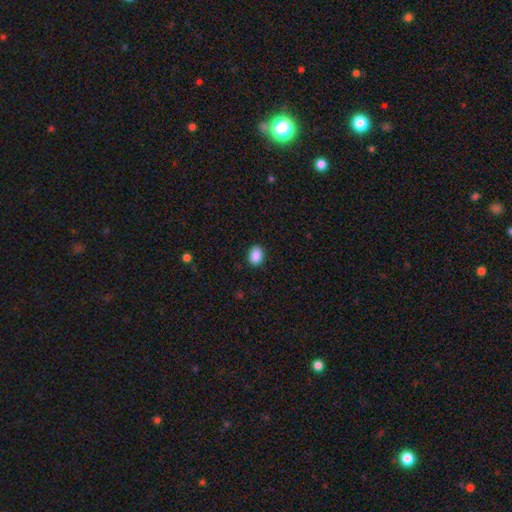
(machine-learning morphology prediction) Overall: smooth (89%). How rounded: in between (79%). Merging: none (88%).